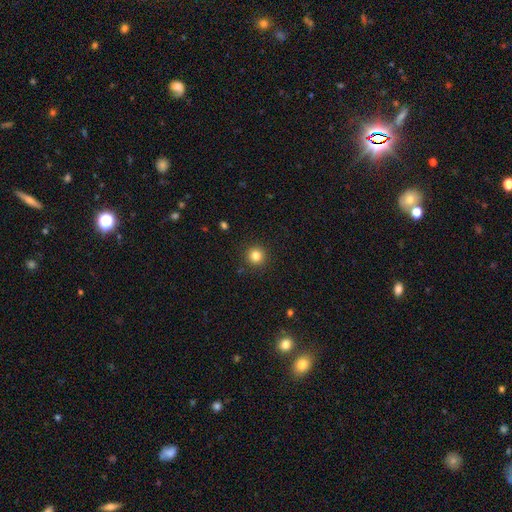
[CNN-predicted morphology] smooth 82%, star or artifact 12%, featured or disk 5%. Down the decision tree: how rounded — round (95%); merging — none (92%).